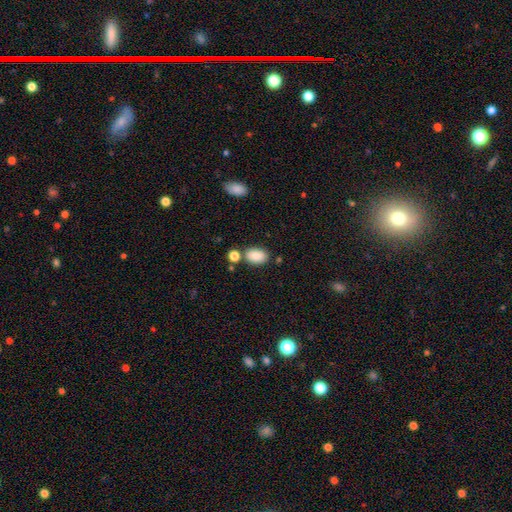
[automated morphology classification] Q: Smooth or featured?
A: smooth (86%); runner-up: star or artifact (8%)
Q: How rounded?
A: in between (86%); runner-up: round (13%)
Q: Merging?
A: none (72%); runner-up: minor disturbance (13%)